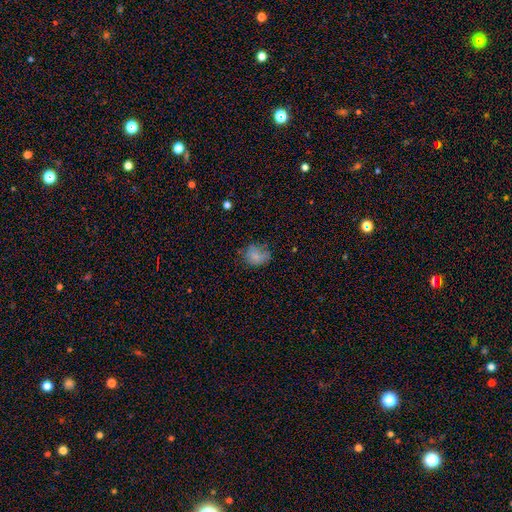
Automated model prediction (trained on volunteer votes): smooth_or_featured: smooth (p=0.76) [alt: featured or disk p=0.13]
how_rounded: round (p=0.63) [alt: in between p=0.36]
merging: none (p=0.58) [alt: minor disturbance p=0.28]